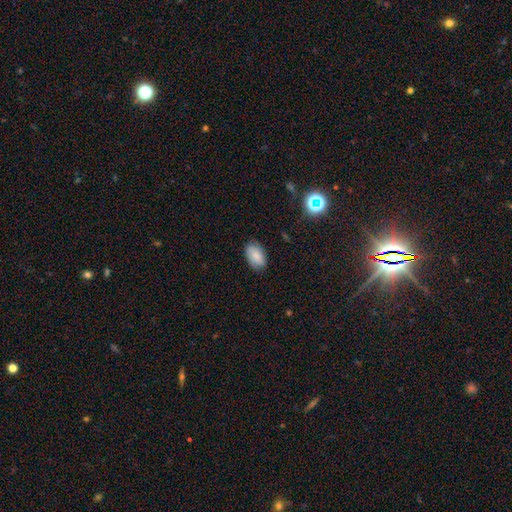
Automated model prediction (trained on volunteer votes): Q: Smooth or featured?
A: smooth (81%); runner-up: featured or disk (10%)
Q: How rounded?
A: in between (93%); runner-up: round (6%)
Q: Merging?
A: none (82%); runner-up: minor disturbance (14%)